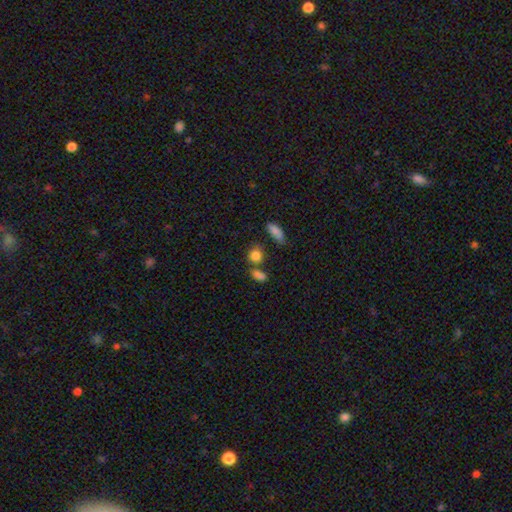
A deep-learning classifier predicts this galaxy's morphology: Overall: smooth (84%). How rounded: round (69%; in between 29%). Merging: none (63%).